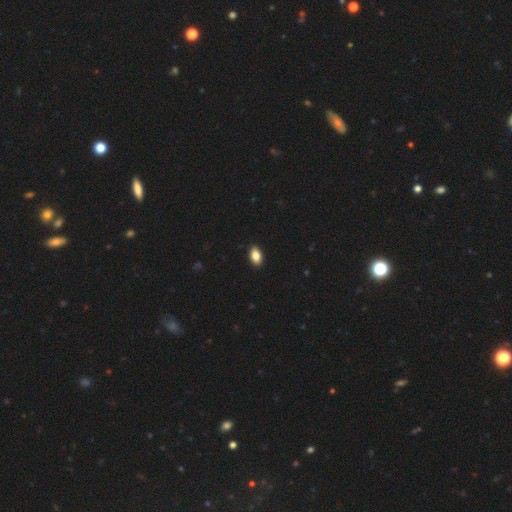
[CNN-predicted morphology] This appears to be a smooth galaxy with no disk features (86%) that is in between round and cigar-shaped (91%). Merging: none (90%).